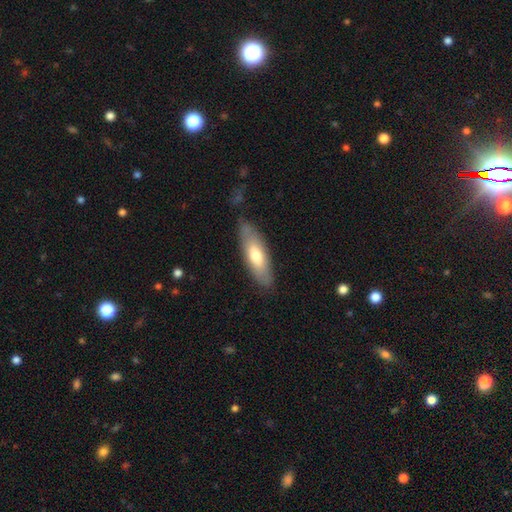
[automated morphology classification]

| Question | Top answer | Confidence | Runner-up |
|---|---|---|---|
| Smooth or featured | smooth | 64% | featured or disk (31%) |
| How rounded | in between | 54% | cigar-shaped (44%) |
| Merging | none | 79% | minor disturbance (16%) |